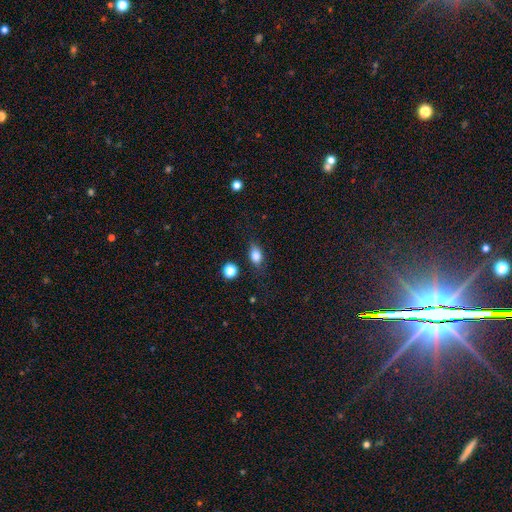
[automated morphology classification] This appears to be a smooth galaxy with no disk features (80%) that is in between round and cigar-shaped (74%). Merging: none (72%).